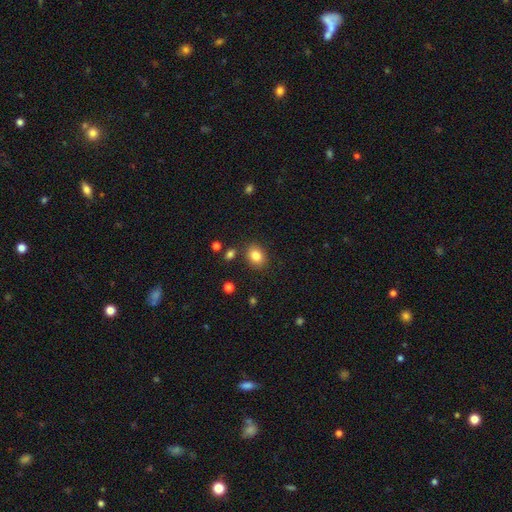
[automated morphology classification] type=smooth (83%); roundness=in between (53%); merging=none (84%).